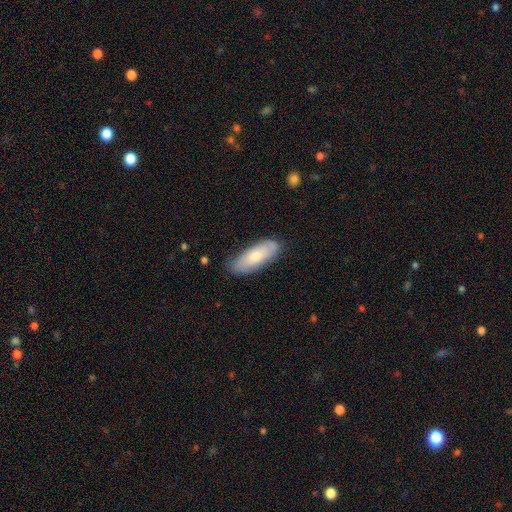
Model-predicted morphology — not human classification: Smooth or featured? Predicted: smooth (p=0.64). How rounded? Predicted: in between (p=0.75). Merging? Predicted: none (p=0.77).